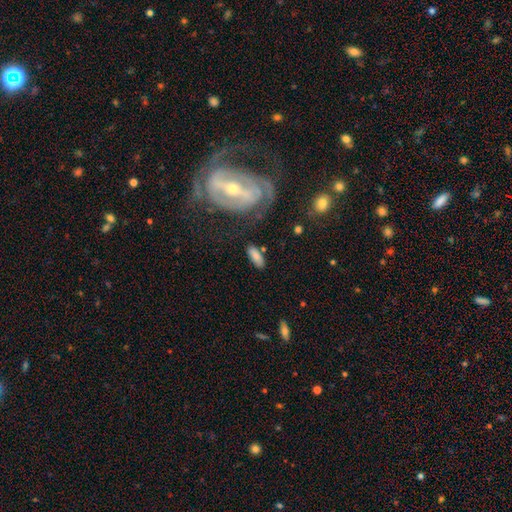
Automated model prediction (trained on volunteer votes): Q: Smooth or featured?
A: smooth (75%); runner-up: featured or disk (18%)
Q: How rounded?
A: in between (74%); runner-up: cigar-shaped (23%)
Q: Merging?
A: none (74%); runner-up: minor disturbance (15%)